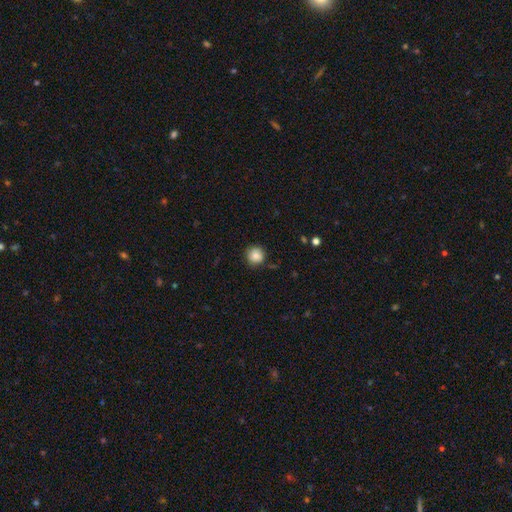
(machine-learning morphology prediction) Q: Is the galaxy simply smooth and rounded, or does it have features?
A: smooth — 86%.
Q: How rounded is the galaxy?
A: round — 93%.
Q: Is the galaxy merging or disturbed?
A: none — 83%.